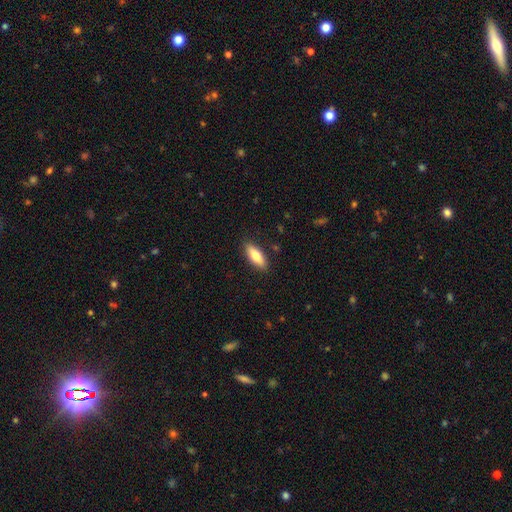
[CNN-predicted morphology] Smooth or featured?
  - smooth: 75% *
  - featured or disk: 19%
  - star or artifact: 6%
How rounded?
  - in between: 65% *
  - cigar-shaped: 33%
  - round: 2%
Merging?
  - none: 87% *
  - minor disturbance: 10%
  - major disturbance: 2%
  - merger: 1%